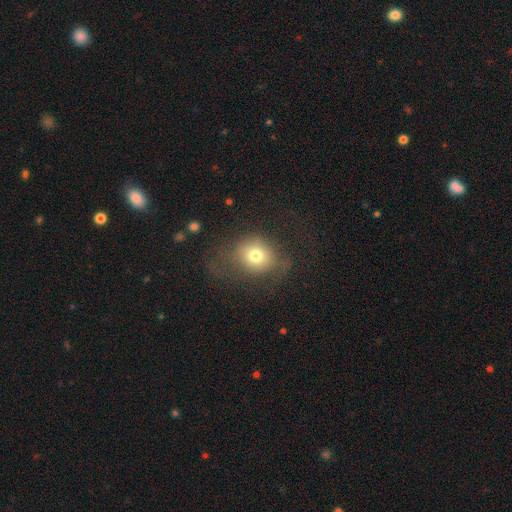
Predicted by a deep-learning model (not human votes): Q: Smooth or featured?
A: smooth (70%); runner-up: featured or disk (16%)
Q: How rounded?
A: round (68%); runner-up: in between (31%)
Q: Merging?
A: none (52%); runner-up: major disturbance (23%)